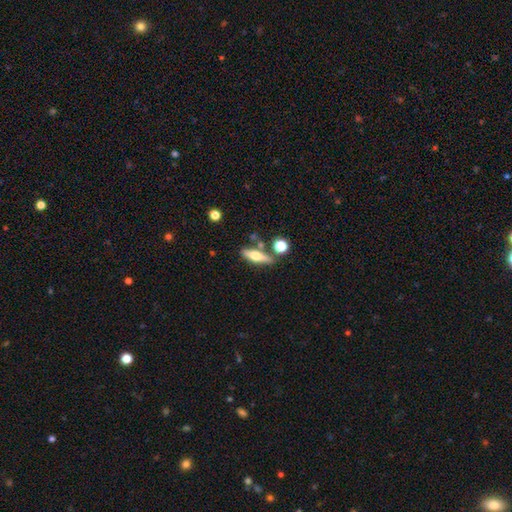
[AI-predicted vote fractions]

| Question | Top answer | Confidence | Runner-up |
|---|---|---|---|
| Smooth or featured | smooth | 51% | featured or disk (42%) |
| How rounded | cigar-shaped | 56% | in between (39%) |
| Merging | none | 67% | merger (15%) |